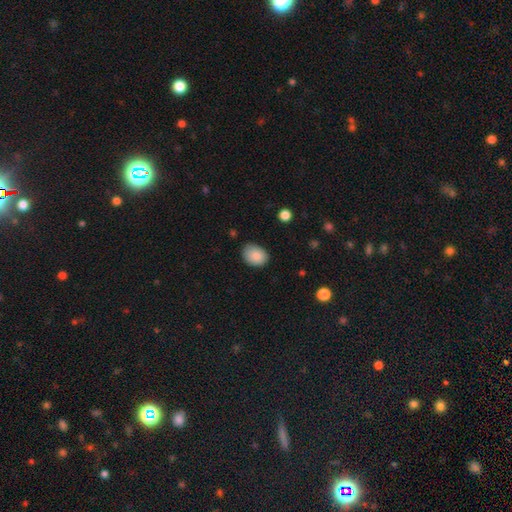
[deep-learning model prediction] smooth 88%, star or artifact 7%, featured or disk 5%. Down the decision tree: how rounded — in between (69%); merging — none (77%).